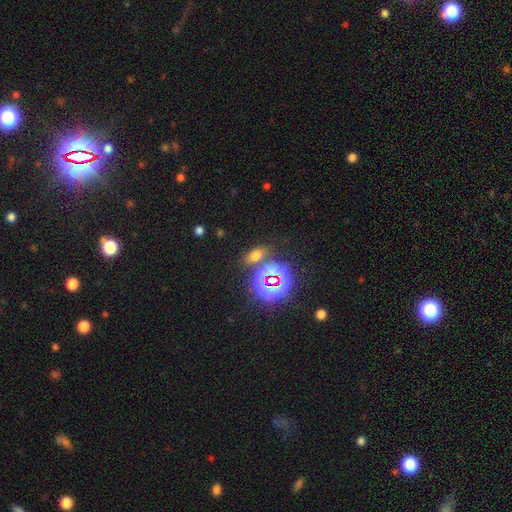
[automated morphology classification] Smooth or featured? smooth (53%)
How rounded? in between (79%)
Merging? none (75%)